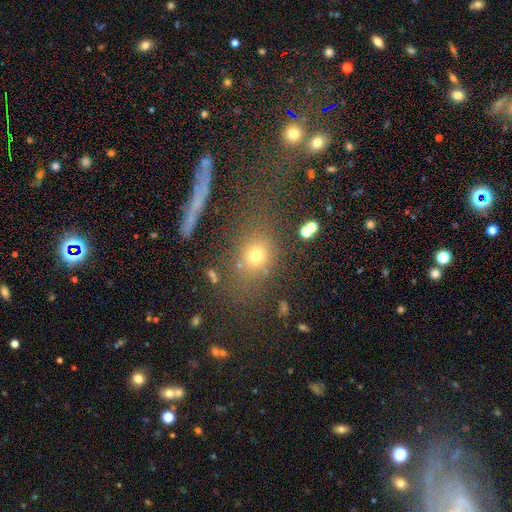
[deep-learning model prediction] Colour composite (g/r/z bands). It shows a smooth galaxy with no disk features (68%) that is round (52%). Merging: none (67%).